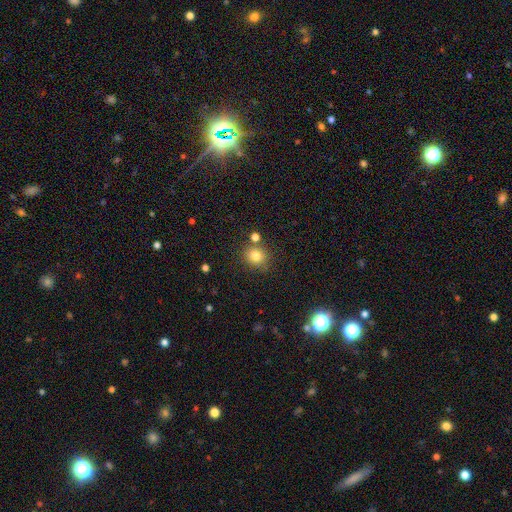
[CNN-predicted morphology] Smooth or featured?
  - smooth: 80% *
  - star or artifact: 13%
  - featured or disk: 7%
How rounded?
  - round: 83% *
  - in between: 16%
  - cigar-shaped: 1%
Merging?
  - none: 77% *
  - minor disturbance: 10%
  - merger: 10%
  - major disturbance: 3%